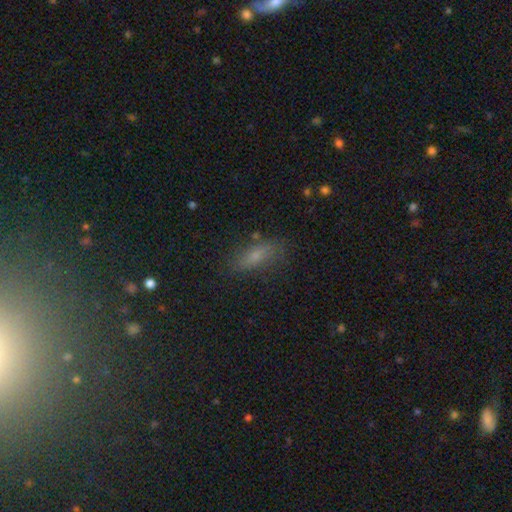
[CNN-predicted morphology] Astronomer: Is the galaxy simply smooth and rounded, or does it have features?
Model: smooth — 66%.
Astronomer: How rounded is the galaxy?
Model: in between — 61%.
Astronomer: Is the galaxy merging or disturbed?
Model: none — 75%.